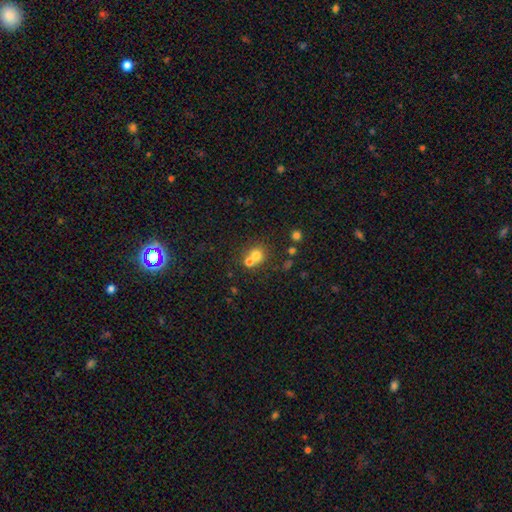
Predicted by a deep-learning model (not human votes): smooth 71%, star or artifact 15%, featured or disk 14%. Down the decision tree: how rounded — round (84%); merging — merger (47%).